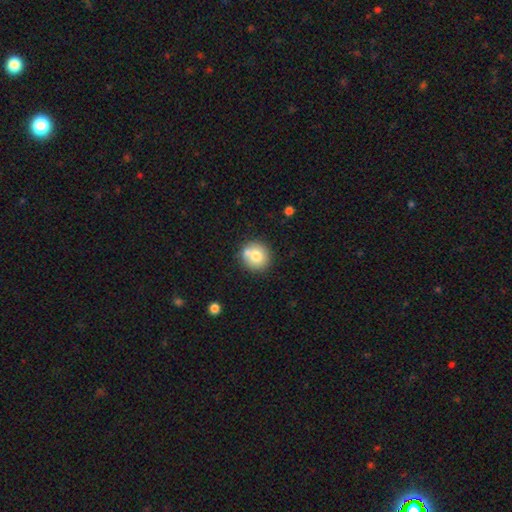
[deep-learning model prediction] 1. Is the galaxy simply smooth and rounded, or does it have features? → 74% smooth, 17% featured or disk, 9% star or artifact.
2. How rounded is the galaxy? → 89% round, 10% in between, 1% cigar-shaped.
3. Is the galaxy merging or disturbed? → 69% none, 18% merger, 11% minor disturbance, 3% major disturbance.